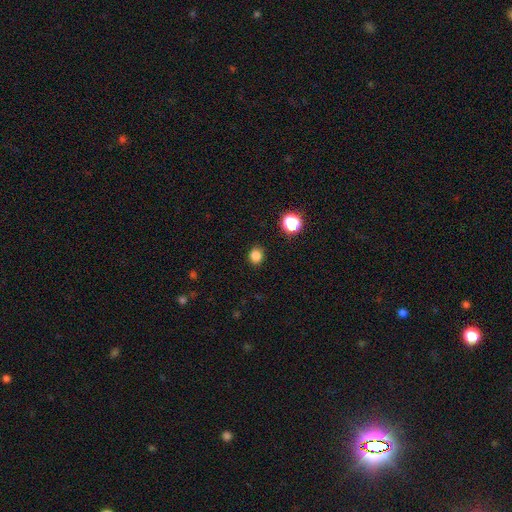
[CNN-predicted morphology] Q: Smooth or featured?
A: smooth (83%); runner-up: star or artifact (13%)
Q: How rounded?
A: round (78%); runner-up: in between (21%)
Q: Merging?
A: none (89%); runner-up: minor disturbance (7%)